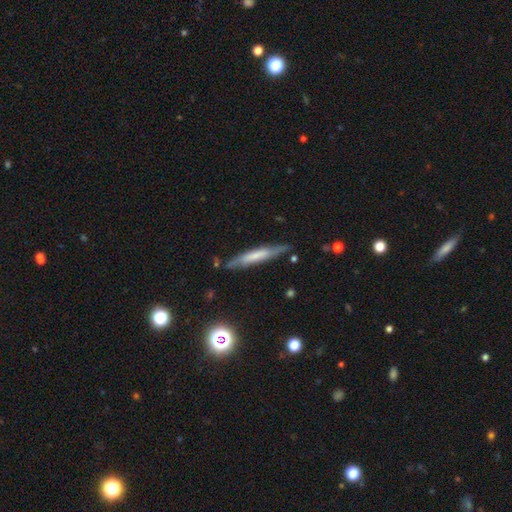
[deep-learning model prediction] smooth 53%, featured or disk 40%, star or artifact 7%. Down the decision tree: how rounded — cigar-shaped (92%); merging — none (79%).